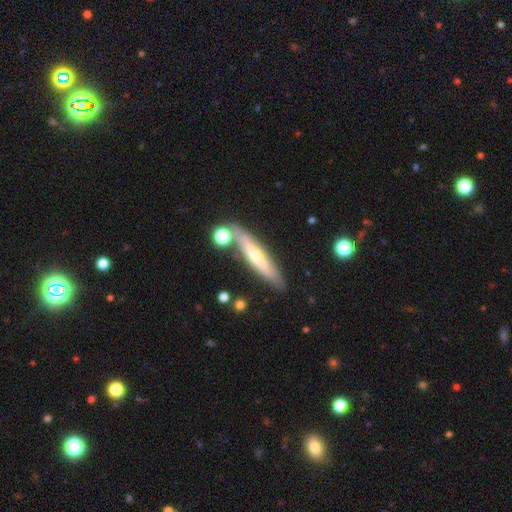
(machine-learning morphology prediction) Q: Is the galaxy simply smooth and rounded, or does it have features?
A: featured or disk — 56%.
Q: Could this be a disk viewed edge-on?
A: yes — 83%.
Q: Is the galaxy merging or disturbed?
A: none — 77%.